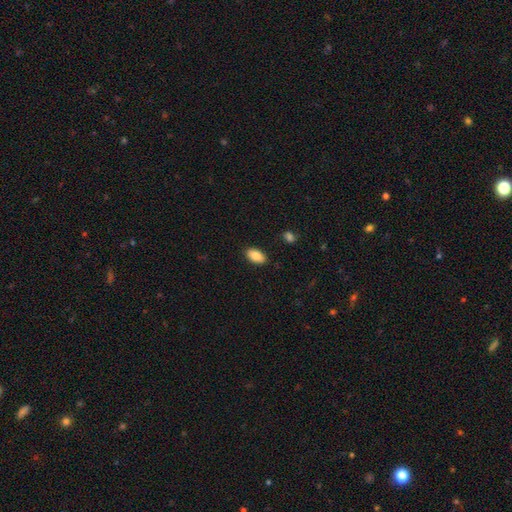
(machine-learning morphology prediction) smooth-or-featured: smooth: 85% | featured or disk: 8% | star or artifact: 7%
  how-rounded: in between: 93% | round: 3% | cigar-shaped: 3%
  merging: none: 89% | minor disturbance: 8% | major disturbance: 2% | merger: 1%